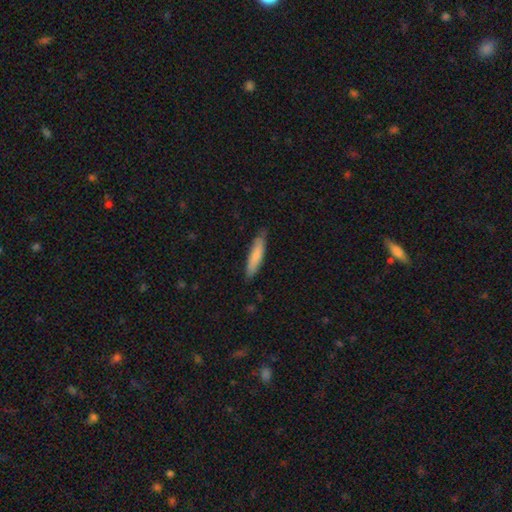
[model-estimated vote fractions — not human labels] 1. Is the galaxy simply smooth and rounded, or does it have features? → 79% smooth, 15% featured or disk, 5% star or artifact.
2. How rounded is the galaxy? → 82% cigar-shaped, 17% in between, 1% round.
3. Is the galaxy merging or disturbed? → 81% none, 15% minor disturbance, 2% major disturbance, 1% merger.